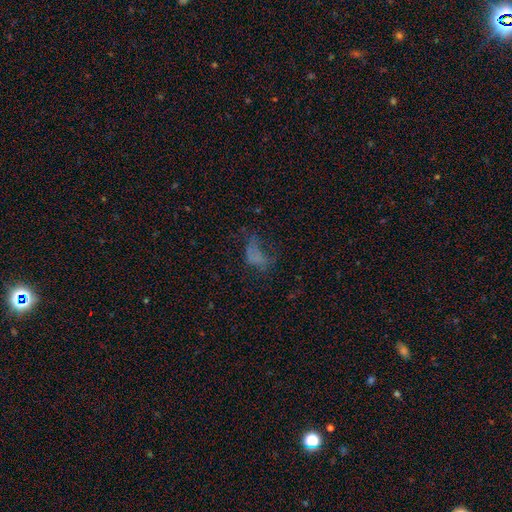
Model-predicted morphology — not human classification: The model was most divided on "merging": major disturbance: 43%, none: 33%, minor disturbance: 18%, merger: 5%. Remaining: smooth or featured — smooth (44%).